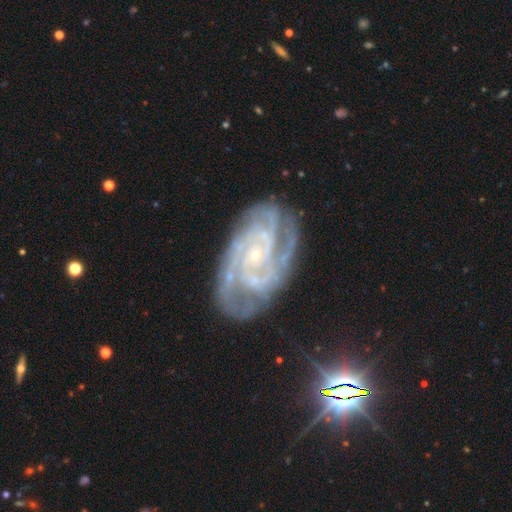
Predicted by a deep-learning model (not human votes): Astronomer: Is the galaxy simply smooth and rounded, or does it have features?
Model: featured or disk — 89%.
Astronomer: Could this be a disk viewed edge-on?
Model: no — 97%.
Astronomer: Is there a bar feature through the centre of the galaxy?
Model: no — 68%.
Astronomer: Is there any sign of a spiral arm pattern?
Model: yes — 98%.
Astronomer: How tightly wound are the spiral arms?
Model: tight — 63%.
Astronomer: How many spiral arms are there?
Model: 3 — 26% (runner-up: 2, 23%).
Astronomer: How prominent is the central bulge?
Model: small — 86%.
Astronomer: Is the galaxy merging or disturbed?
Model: none — 71%.